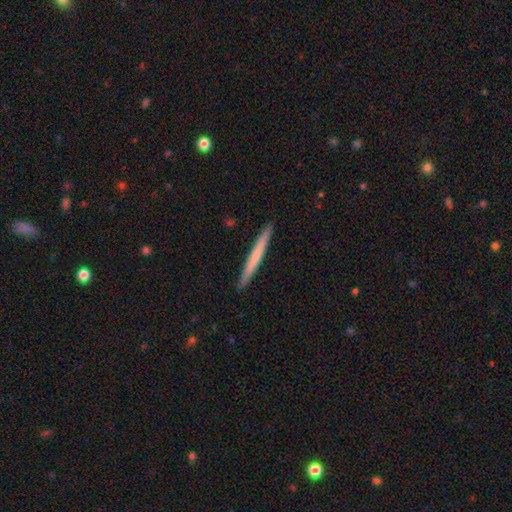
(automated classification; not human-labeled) smooth-or-featured: smooth: 58% | featured or disk: 37% | star or artifact: 5%
  how-rounded: cigar-shaped: 97% | in between: 2% | round: 1%
  merging: none: 93% | minor disturbance: 5% | major disturbance: 1% | merger: 1%